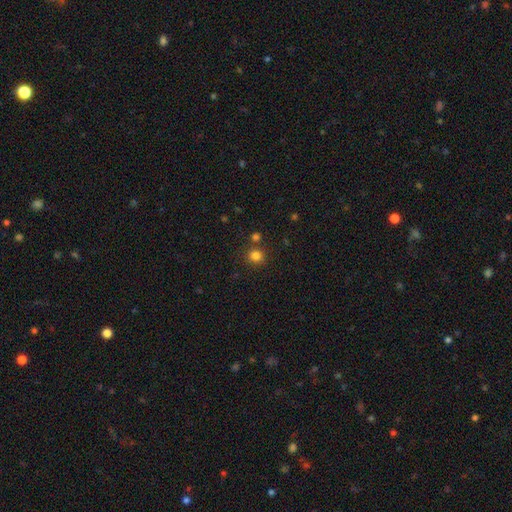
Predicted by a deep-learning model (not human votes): A smooth galaxy with no disk features (81%) that is round (85%).

Vote fractions:
- Smooth or featured? smooth: 81% / star or artifact: 14% / featured or disk: 5%
- How rounded? round: 85% / in between: 14% / cigar-shaped: 1%
- Merging? none: 79% / merger: 10% / minor disturbance: 8% / major disturbance: 3%